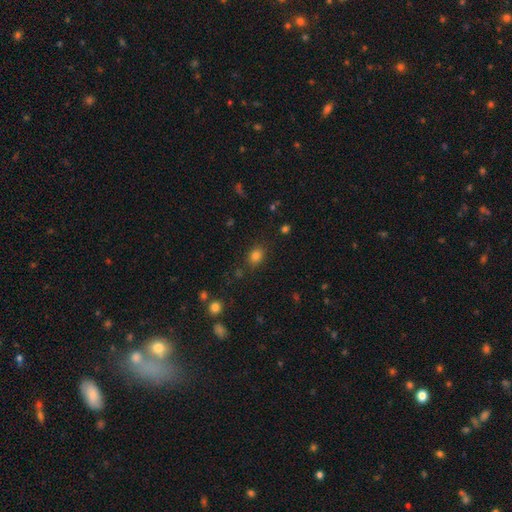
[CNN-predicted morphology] smooth-or-featured: smooth: 80% | star or artifact: 15% | featured or disk: 5%
  how-rounded: in between: 58% | round: 41% | cigar-shaped: 1%
  merging: none: 81% | minor disturbance: 13% | major disturbance: 4% | merger: 3%